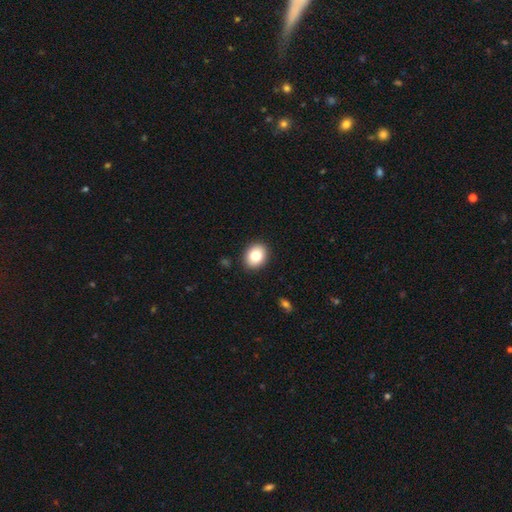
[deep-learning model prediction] Smooth or featured? smooth (82%)
How rounded? in between (53%)
Merging? none (90%)